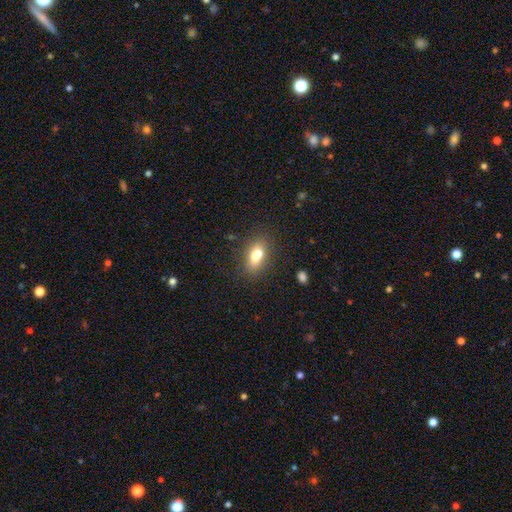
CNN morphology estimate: The model was most divided on "merging": none: 70%, minor disturbance: 15%, merger: 11%, major disturbance: 5%. More confident: how rounded — in between (83%); smooth or featured — smooth (77%).